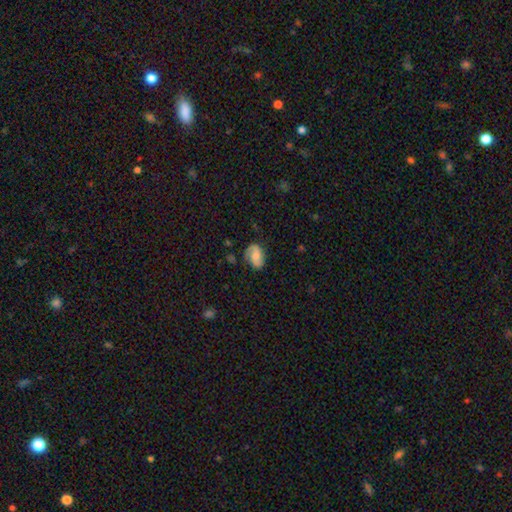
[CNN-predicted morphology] The model was most divided on "bulge size": moderate: 35%, small: 29%, none: 21%, large: 12%, dominant: 3%. Remaining: edge-on disk — no (97%); spiral arms — yes (92%); spiral arm count — 2 (81%); merging — none (68%); smooth or featured — featured or disk (59%); bar — no (57%); spiral winding — medium (43%).